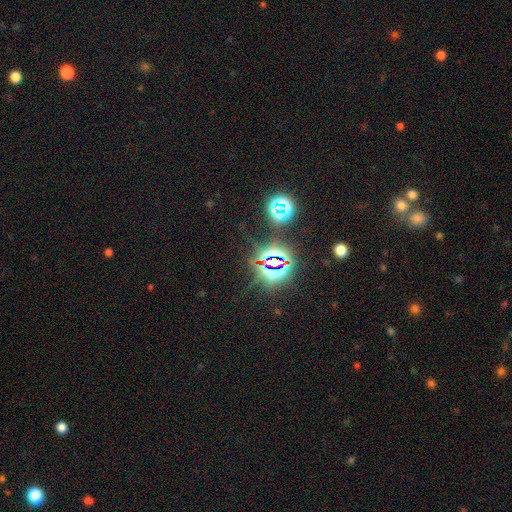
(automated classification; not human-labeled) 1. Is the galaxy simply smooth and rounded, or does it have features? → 81% star or artifact, 12% smooth, 7% featured or disk.